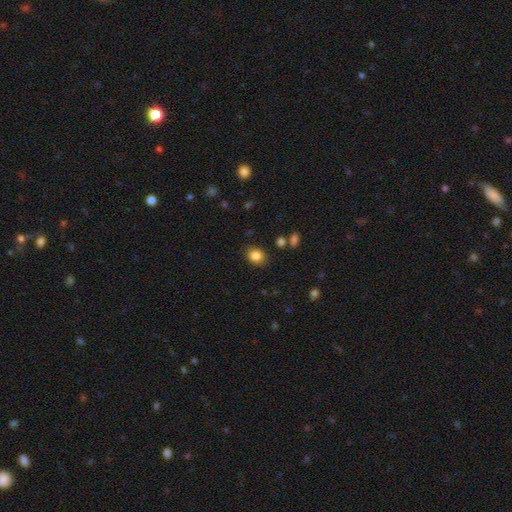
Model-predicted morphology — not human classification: type=smooth (84%); roundness=round (60%); merging=none (83%).